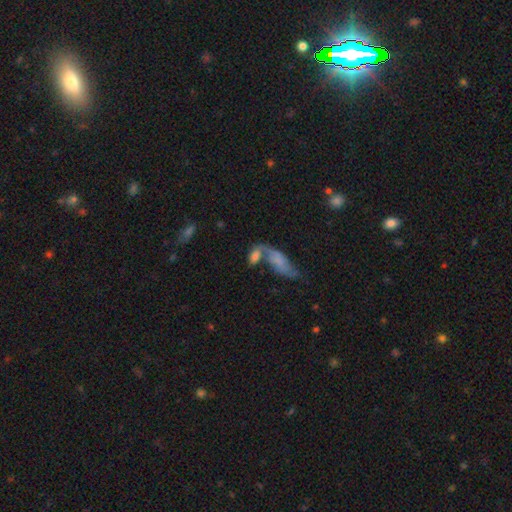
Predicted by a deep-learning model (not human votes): Morphology: type=smooth (64%); roundness=in between (78%); merging=merger (52%).